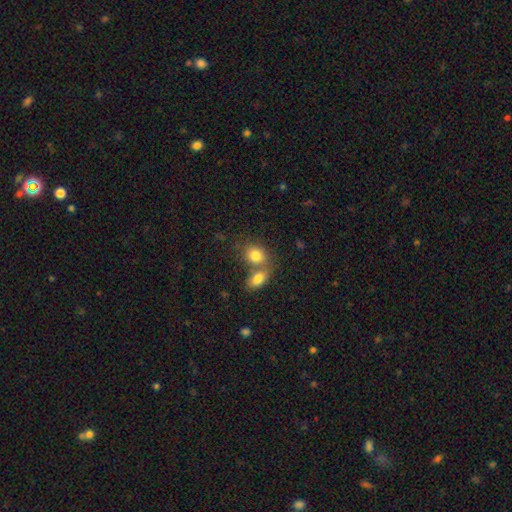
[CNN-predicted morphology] Q: Smooth or featured?
A: smooth (81%); runner-up: featured or disk (10%)
Q: How rounded?
A: in between (51%); runner-up: round (47%)
Q: Merging?
A: merger (54%); runner-up: none (35%)